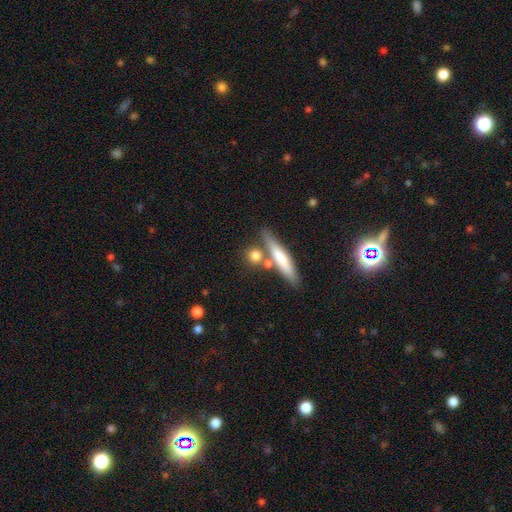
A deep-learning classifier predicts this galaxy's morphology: Smooth or featured? smooth (74%)
How rounded? round (55%)
Merging? none (65%)